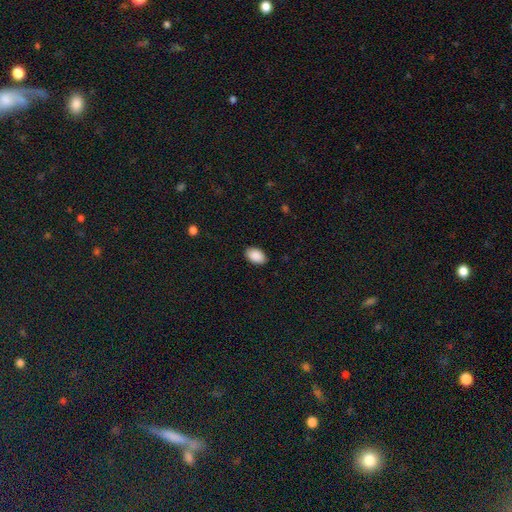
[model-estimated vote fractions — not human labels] Overall: smooth (90%). How rounded: in between (92%). Merging: none (89%).